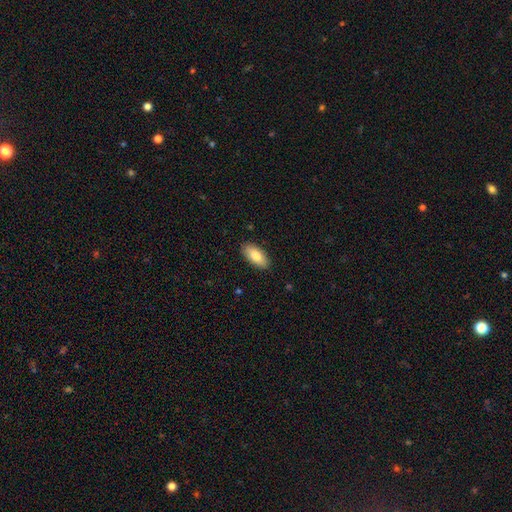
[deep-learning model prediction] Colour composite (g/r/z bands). It shows a smooth galaxy with no disk features (81%) that is in between round and cigar-shaped (90%). Merging: none (89%).